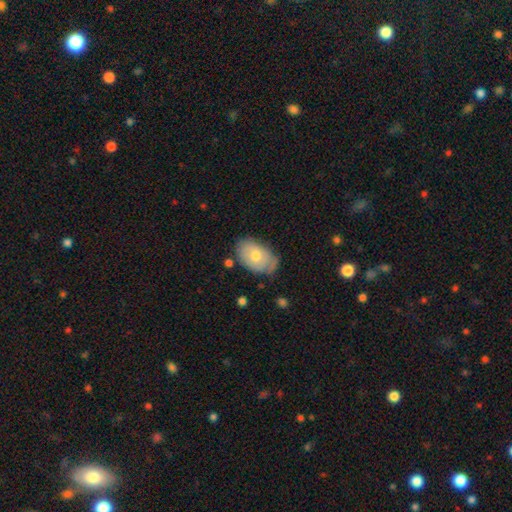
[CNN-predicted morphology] Smooth or featured? Predicted: smooth (p=0.64). How rounded? Predicted: in between (p=0.90). Merging? Predicted: none (p=0.68).